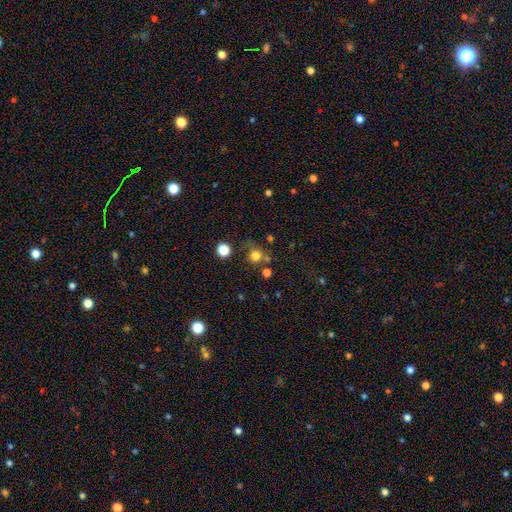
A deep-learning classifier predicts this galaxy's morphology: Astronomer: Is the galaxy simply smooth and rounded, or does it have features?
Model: smooth — 76%.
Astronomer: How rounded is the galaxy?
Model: round — 90%.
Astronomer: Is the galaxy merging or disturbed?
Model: none — 66%.